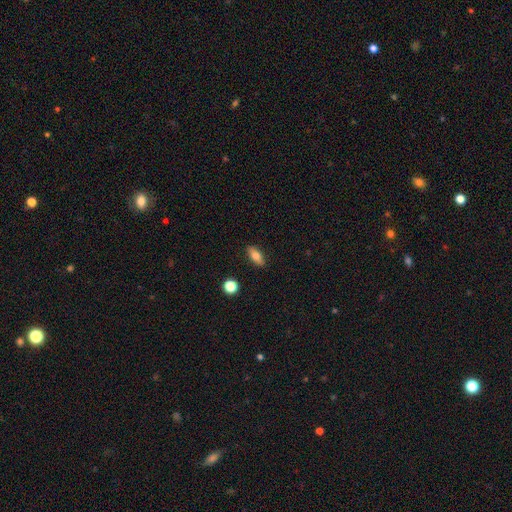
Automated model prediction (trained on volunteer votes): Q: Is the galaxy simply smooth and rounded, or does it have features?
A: smooth — 77%.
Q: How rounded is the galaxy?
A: in between — 79%.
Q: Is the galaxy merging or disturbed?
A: none — 88%.